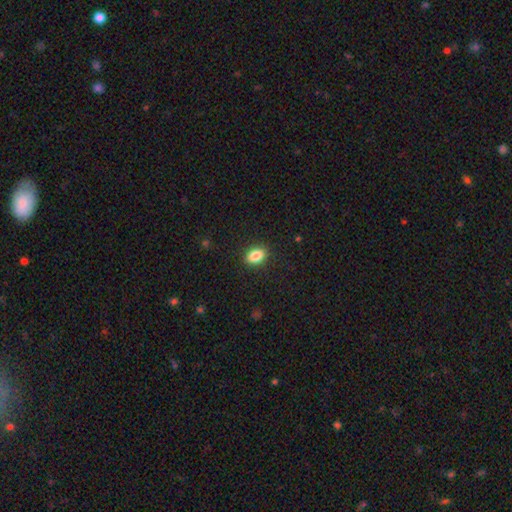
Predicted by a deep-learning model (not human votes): Smooth or featured?
  - smooth: 86% *
  - star or artifact: 8%
  - featured or disk: 5%
How rounded?
  - in between: 84% *
  - round: 14%
  - cigar-shaped: 2%
Merging?
  - none: 89% *
  - minor disturbance: 8%
  - major disturbance: 2%
  - merger: 1%